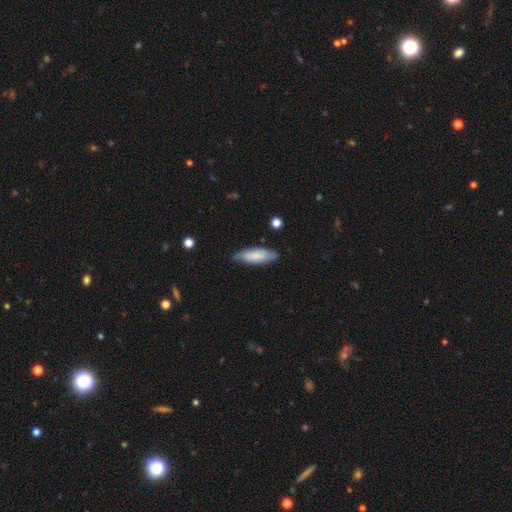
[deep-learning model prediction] smooth-or-featured: smooth: 67% | featured or disk: 27% | star or artifact: 6%
  how-rounded: in between: 60% | cigar-shaped: 39% | round: 2%
  merging: none: 75% | minor disturbance: 20% | major disturbance: 3% | merger: 2%